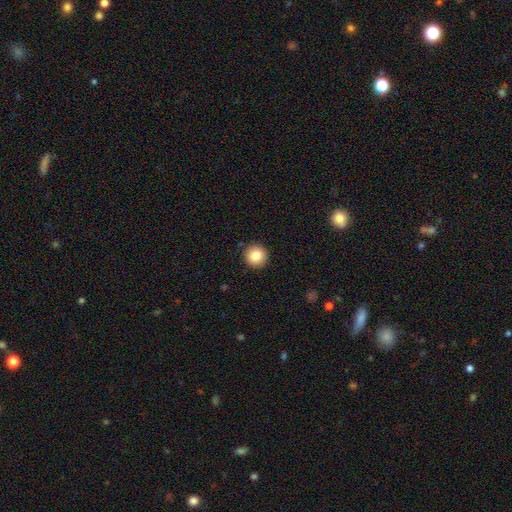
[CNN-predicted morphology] type=smooth (85%); roundness=round (95%); merging=none (92%).